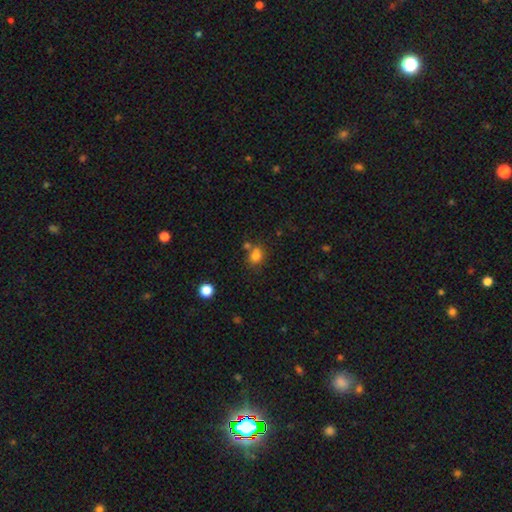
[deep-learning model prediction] smooth-or-featured: smooth: 77% | star or artifact: 14% | featured or disk: 9%
  how-rounded: round: 64% | in between: 35% | cigar-shaped: 1%
  merging: none: 52% | merger: 30% | minor disturbance: 13% | major disturbance: 5%